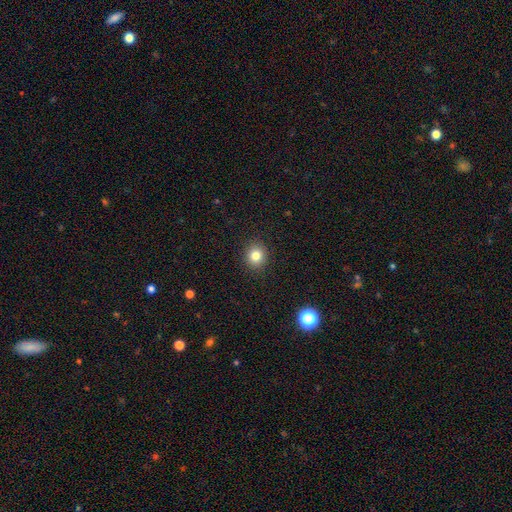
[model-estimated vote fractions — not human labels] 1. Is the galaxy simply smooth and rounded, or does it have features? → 82% smooth, 11% star or artifact, 7% featured or disk.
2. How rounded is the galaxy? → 82% round, 17% in between, 1% cigar-shaped.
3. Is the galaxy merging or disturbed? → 91% none, 6% minor disturbance, 2% major disturbance, 1% merger.